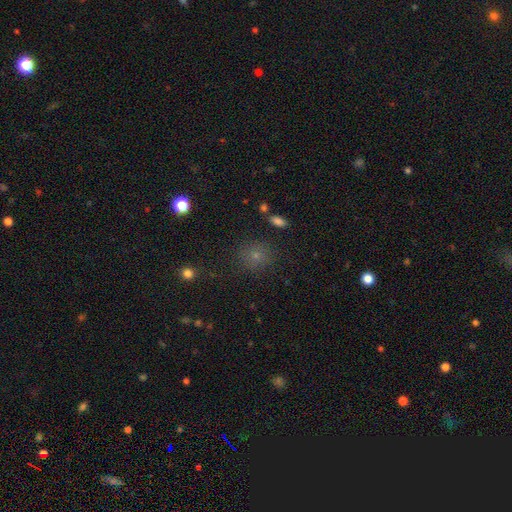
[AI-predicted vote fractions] Smooth or featured? Predicted: smooth (p=0.68). How rounded? Predicted: round (p=0.86). Merging? Predicted: none (p=0.83).